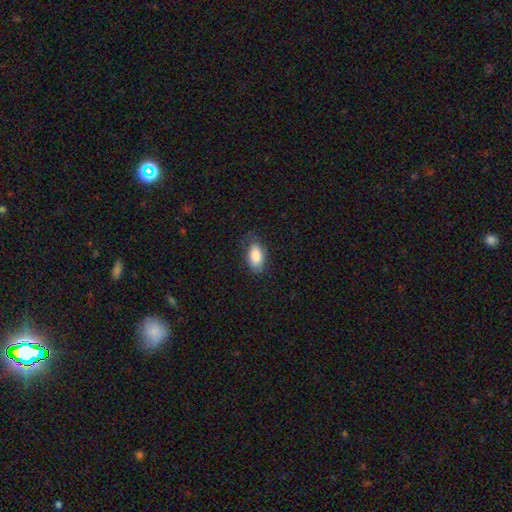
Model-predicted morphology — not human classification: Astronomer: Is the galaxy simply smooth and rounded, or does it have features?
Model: smooth — 85%.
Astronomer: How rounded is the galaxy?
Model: in between — 92%.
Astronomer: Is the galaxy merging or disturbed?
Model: none — 74%.